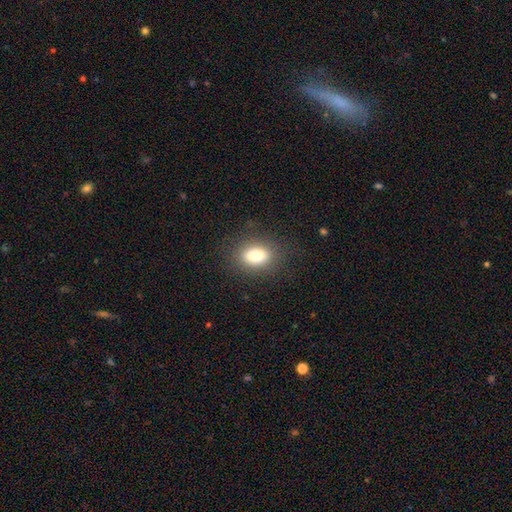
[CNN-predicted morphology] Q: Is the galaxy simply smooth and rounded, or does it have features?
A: smooth — 85%.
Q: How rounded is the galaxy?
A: in between — 84%.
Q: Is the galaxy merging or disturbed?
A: none — 84%.